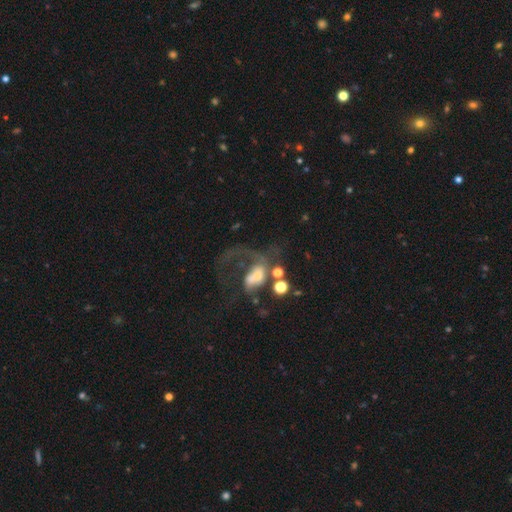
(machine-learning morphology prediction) This appears to be a featured or disk galaxy (70%) with no bar (43%), 2 (70%) medium (41%) spiral arms (78%) and a moderate central bulge (47%). Merging: none (41%).